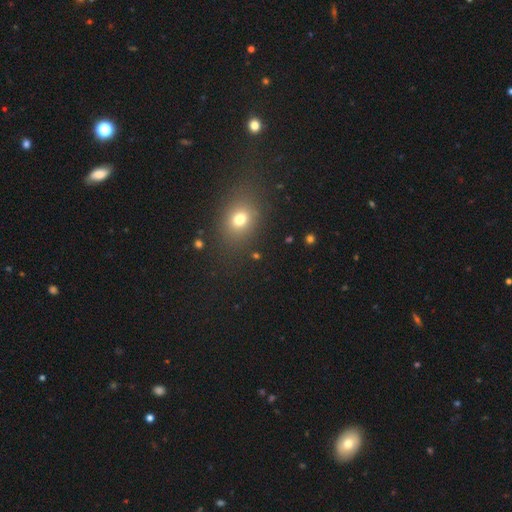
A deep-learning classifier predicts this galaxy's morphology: Smooth or featured? smooth (64%)
How rounded? round (52%)
Merging? none (81%)